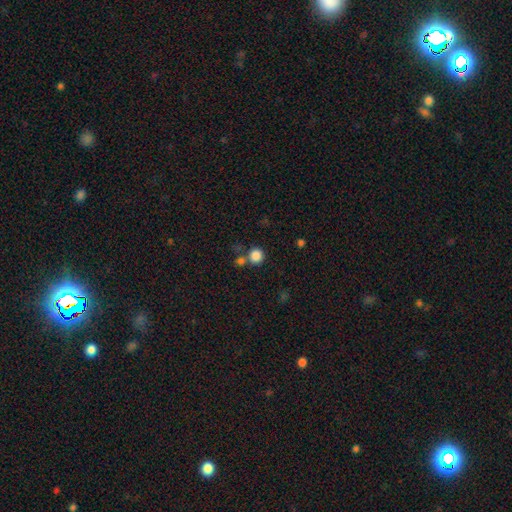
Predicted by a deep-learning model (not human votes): Smooth or featured: smooth — 85% (star or artifact — 11%)
How rounded: round — 91% (in between — 8%)
Merging: none — 68% (merger — 20%)